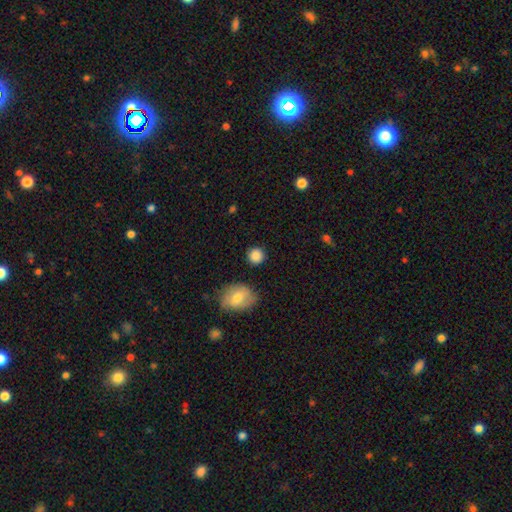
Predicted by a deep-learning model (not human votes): A smooth galaxy with no disk features (86%) that is round (90%). Merging: none (85%).